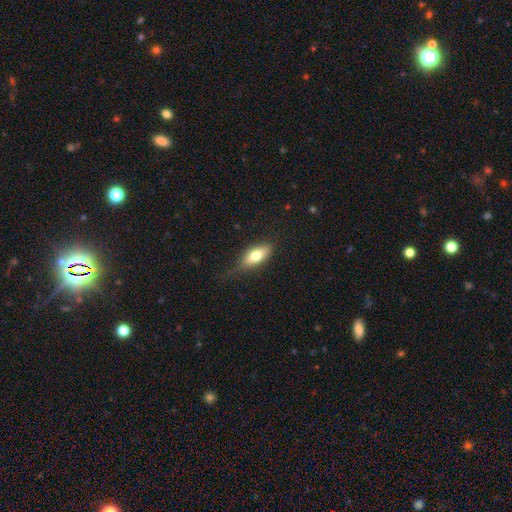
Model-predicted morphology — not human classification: type=smooth (73%); roundness=in between (79%); merging=none (72%).